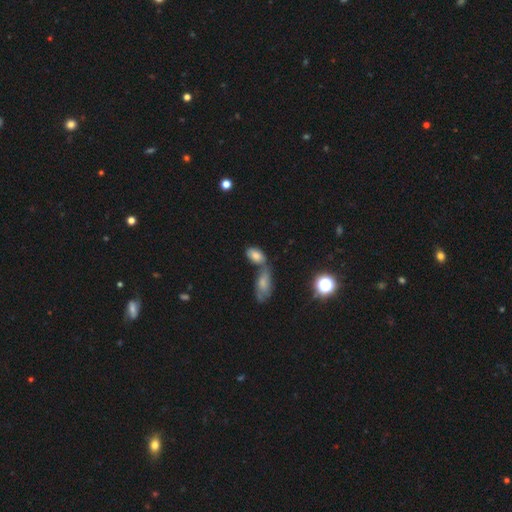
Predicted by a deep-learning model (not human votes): smooth 75%, featured or disk 14%, star or artifact 11%. Down the decision tree: how rounded — in between (89%); merging — merger (47%).